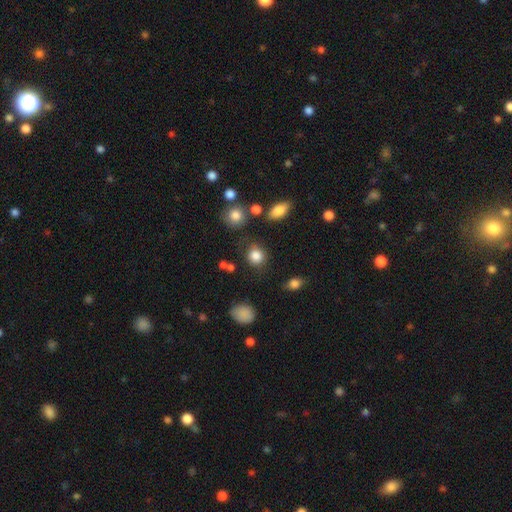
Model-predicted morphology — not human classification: Q: Smooth or featured?
A: smooth (84%); runner-up: star or artifact (11%)
Q: How rounded?
A: round (82%); runner-up: in between (17%)
Q: Merging?
A: none (76%); runner-up: minor disturbance (13%)